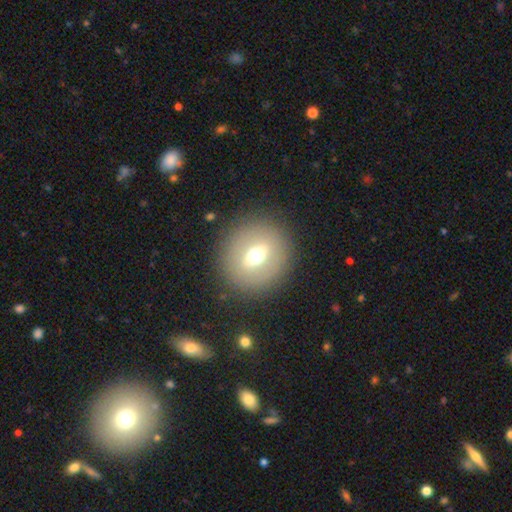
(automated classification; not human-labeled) Overall: smooth (48%; featured or disk 40%). Merging: none (87%).